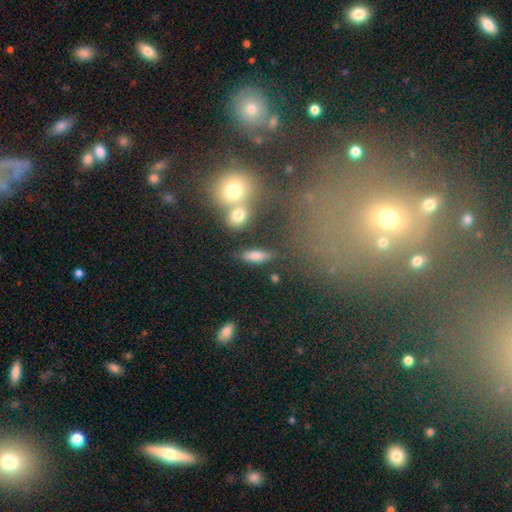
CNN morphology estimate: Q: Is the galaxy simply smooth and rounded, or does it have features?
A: smooth — 72%.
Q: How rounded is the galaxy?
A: in between — 52%.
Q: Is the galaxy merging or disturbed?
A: none — 73%.